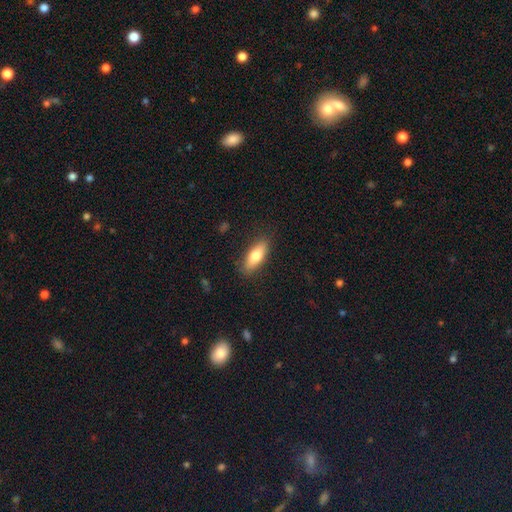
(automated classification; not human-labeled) This is likely a smooth galaxy (75%). How rounded: likely in between (67%). Merging: clearly none (85%).